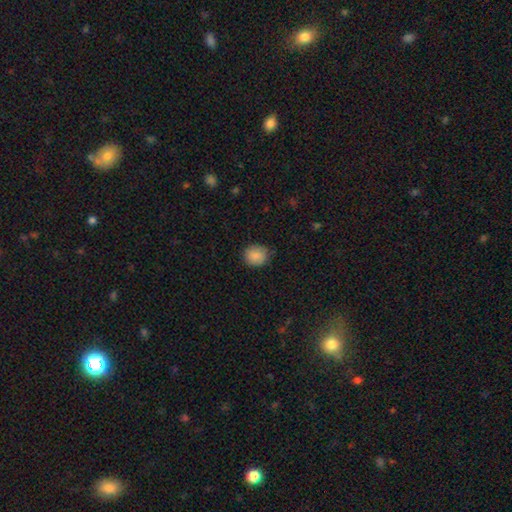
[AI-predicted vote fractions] Q: Smooth or featured?
A: smooth (86%); runner-up: star or artifact (8%)
Q: How rounded?
A: round (80%); runner-up: in between (19%)
Q: Merging?
A: none (82%); runner-up: minor disturbance (14%)